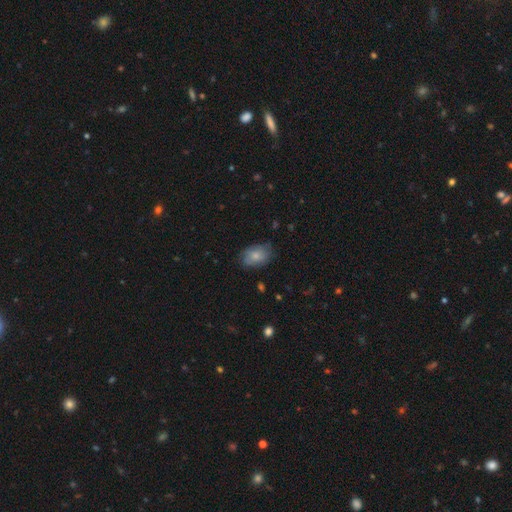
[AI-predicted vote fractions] This is likely a smooth galaxy (76%). How rounded: clearly in between (82%). Merging: likely none (71%).